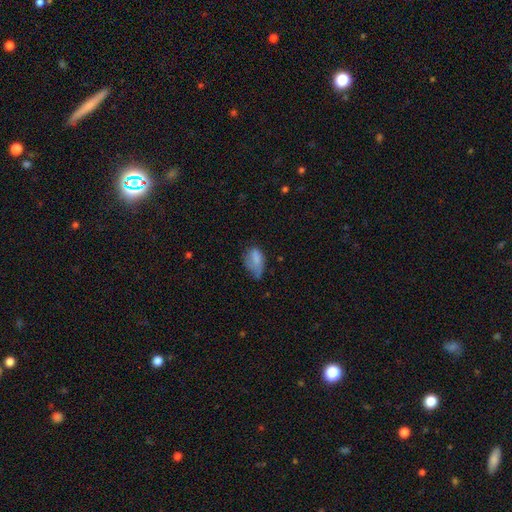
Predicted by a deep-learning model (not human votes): Overall: smooth (65%). How rounded: in between (88%). Merging: none (39%; minor disturbance 37%).